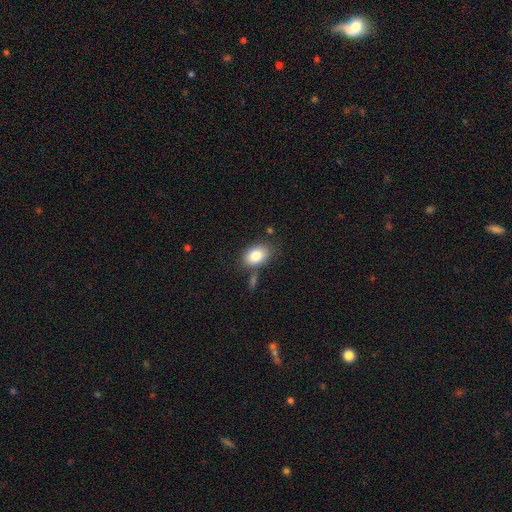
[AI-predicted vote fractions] The model was most divided on "merging": none: 72%, minor disturbance: 16%, merger: 8%, major disturbance: 5%. More confident: smooth or featured — smooth (83%); how rounded — in between (80%).